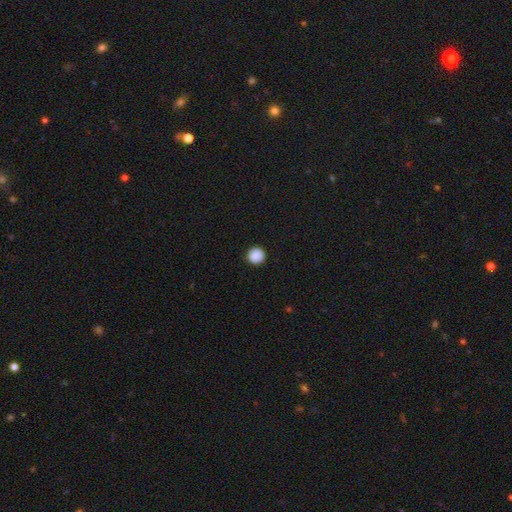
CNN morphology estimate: Smooth or featured: smooth — 89% (star or artifact — 9%)
How rounded: round — 96% (in between — 3%)
Merging: none — 92% (minor disturbance — 5%)